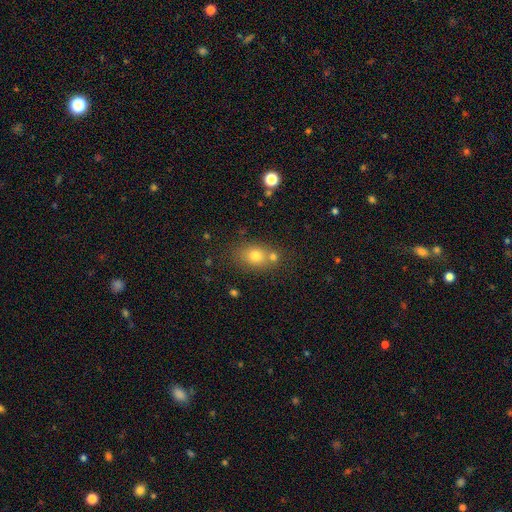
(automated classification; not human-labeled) The model was most divided on "how rounded": in between: 59%, round: 40%, cigar-shaped: 2%. More confident: smooth or featured — smooth (74%); merging — none (60%).